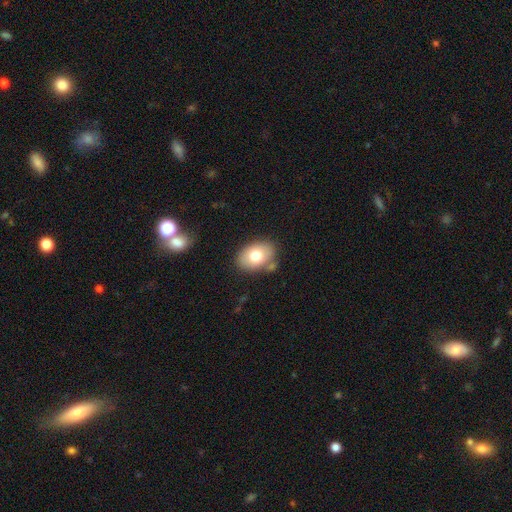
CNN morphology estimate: The model was most divided on "smooth or featured": smooth: 75%, featured or disk: 17%, star or artifact: 8%. More confident: how rounded — in between (80%); merging — none (75%).